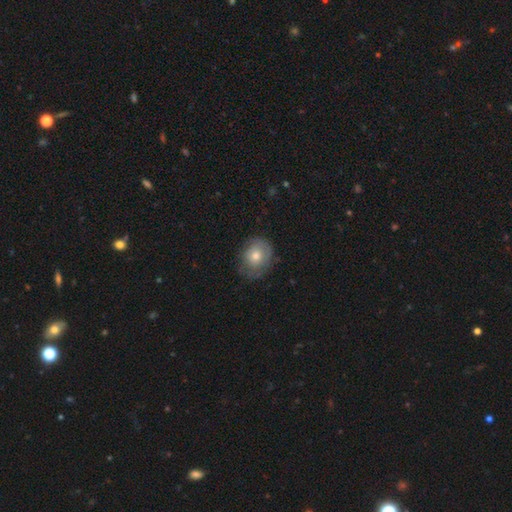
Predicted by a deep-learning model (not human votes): smooth 62%, featured or disk 30%, star or artifact 8%. Down the decision tree: how rounded — round (63%); merging — none (71%).